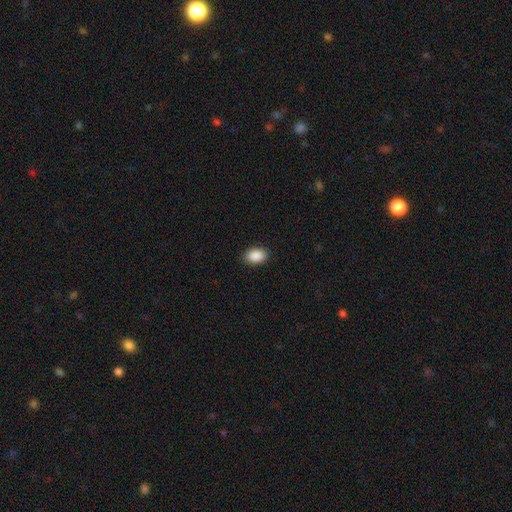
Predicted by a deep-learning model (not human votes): Smooth or featured: smooth — 90% (star or artifact — 7%)
How rounded: in between — 88% (round — 11%)
Merging: none — 89% (minor disturbance — 8%)